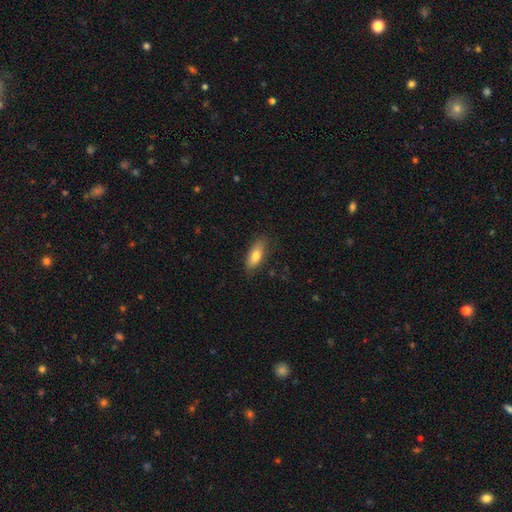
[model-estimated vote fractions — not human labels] Morphology: type=smooth (78%); roundness=in between (74%); merging=none (79%).